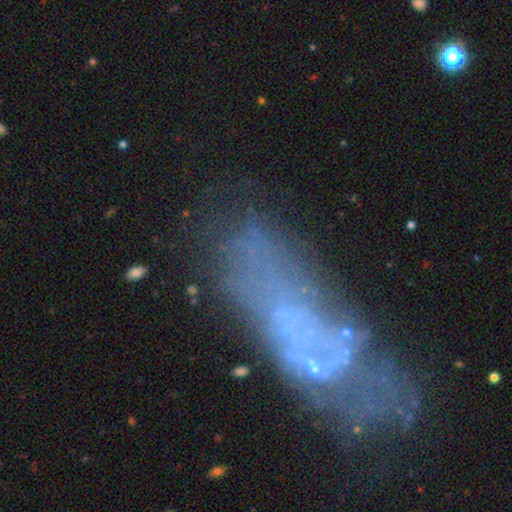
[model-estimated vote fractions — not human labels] featured or disk 54%, smooth 26%, star or artifact 20%. Down the decision tree: edge-on disk — no (83%); merging — none (39%).